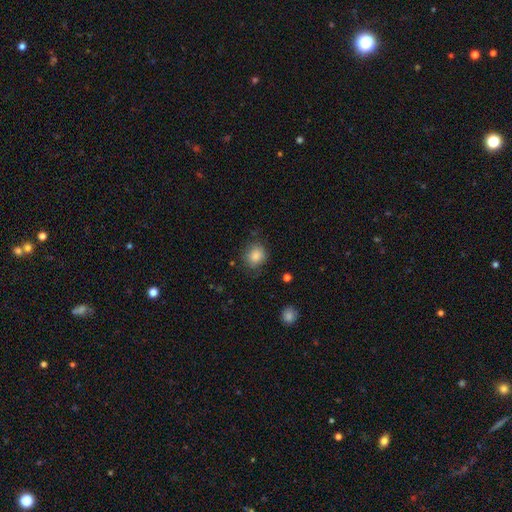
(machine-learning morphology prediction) A smooth galaxy with no disk features (84%) that is round (71%).

Vote fractions:
- Smooth or featured? smooth: 84% / star or artifact: 8% / featured or disk: 7%
- How rounded? round: 71% / in between: 28% / cigar-shaped: 1%
- Merging? none: 71% / minor disturbance: 21% / major disturbance: 7% / merger: 2%